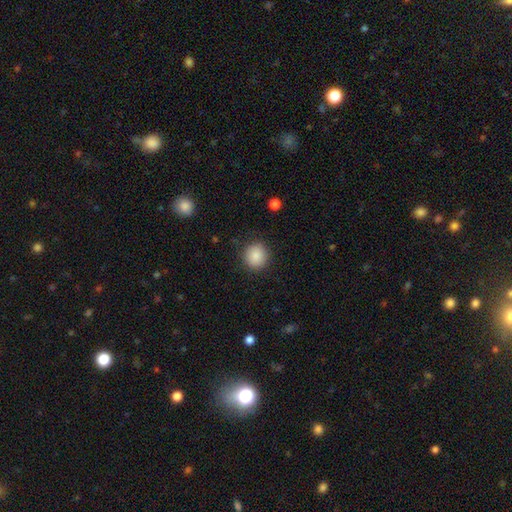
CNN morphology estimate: smooth_or_featured: smooth (p=0.88) [alt: star or artifact p=0.09]
how_rounded: round (p=0.89) [alt: in between p=0.10]
merging: none (p=0.88) [alt: minor disturbance p=0.08]